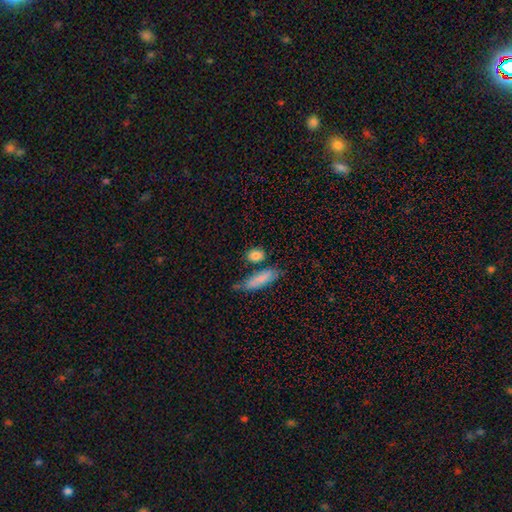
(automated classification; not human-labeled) Smooth or featured?
  - smooth: 84% *
  - star or artifact: 9%
  - featured or disk: 8%
How rounded?
  - in between: 53% *
  - round: 35%
  - cigar-shaped: 13%
Merging?
  - none: 71% *
  - minor disturbance: 14%
  - merger: 11%
  - major disturbance: 4%